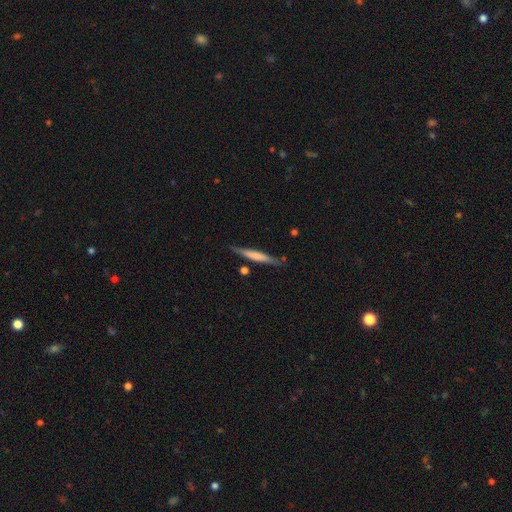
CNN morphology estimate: smooth_or_featured: smooth (p=0.56) [alt: featured or disk p=0.38]
how_rounded: cigar-shaped (p=0.94) [alt: in between p=0.04]
merging: none (p=0.82) [alt: minor disturbance p=0.13]